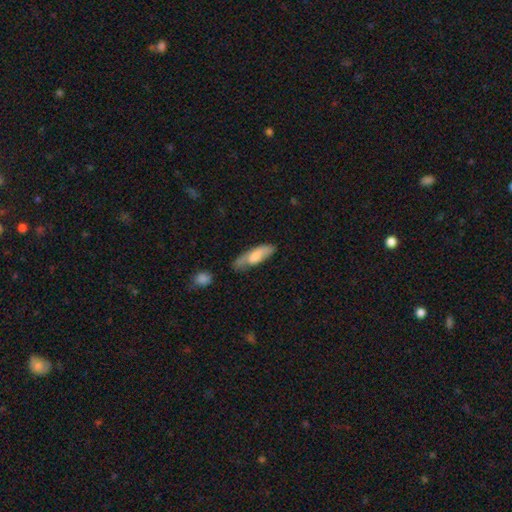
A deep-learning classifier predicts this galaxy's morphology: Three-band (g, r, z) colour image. It shows a smooth galaxy with no disk features (69%) that is in between round and cigar-shaped (57%). Merging: none (50%).